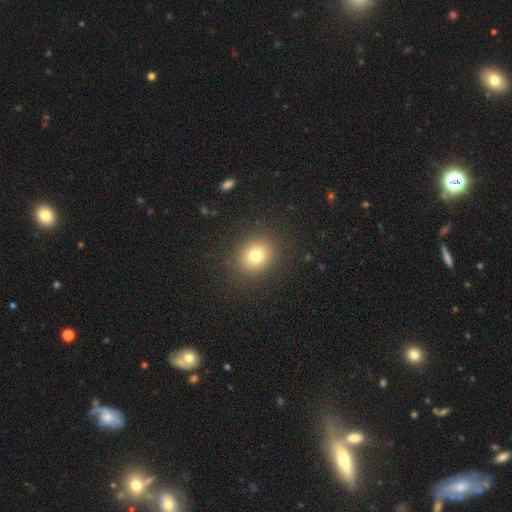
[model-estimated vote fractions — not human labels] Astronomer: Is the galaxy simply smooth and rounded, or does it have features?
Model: smooth — 78%.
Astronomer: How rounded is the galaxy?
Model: round — 72%.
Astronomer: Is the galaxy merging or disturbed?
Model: none — 88%.